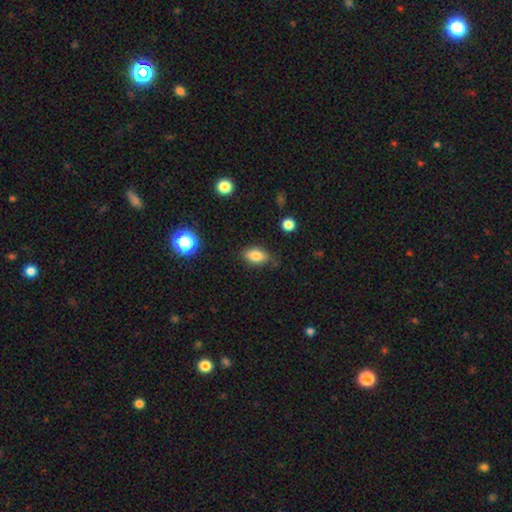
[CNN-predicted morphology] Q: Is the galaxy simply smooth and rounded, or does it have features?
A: smooth — 83%.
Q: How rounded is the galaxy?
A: in between — 87%.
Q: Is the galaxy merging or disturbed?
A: none — 78%.